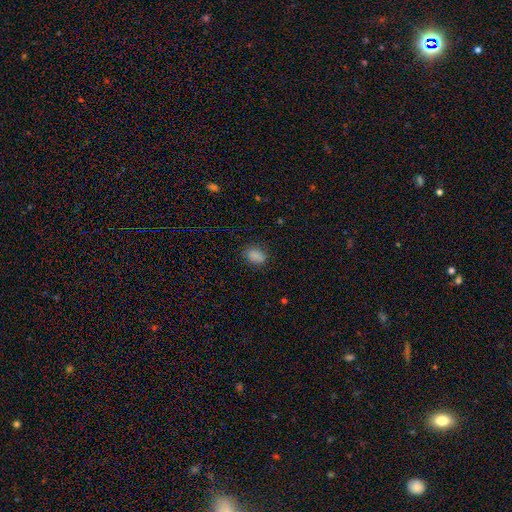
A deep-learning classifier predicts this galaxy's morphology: Smooth or featured?
  - smooth: 86% *
  - star or artifact: 10%
  - featured or disk: 4%
How rounded?
  - in between: 84% *
  - round: 14%
  - cigar-shaped: 2%
Merging?
  - none: 83% *
  - minor disturbance: 12%
  - major disturbance: 3%
  - merger: 1%